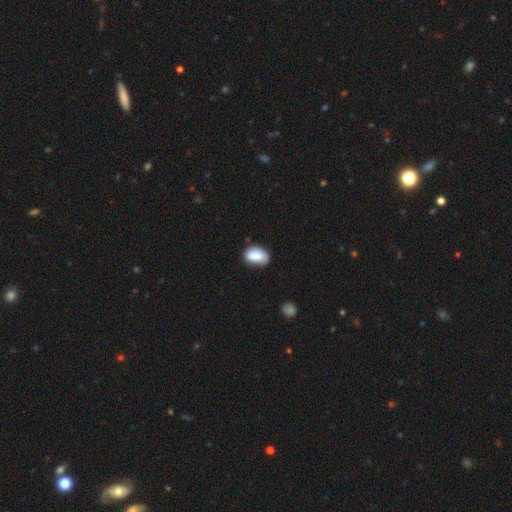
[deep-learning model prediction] Q: Smooth or featured?
A: smooth (81%); runner-up: featured or disk (12%)
Q: How rounded?
A: in between (89%); runner-up: round (9%)
Q: Merging?
A: none (58%); runner-up: minor disturbance (31%)